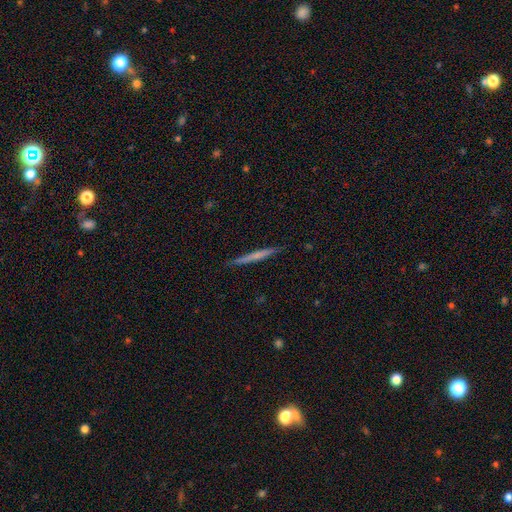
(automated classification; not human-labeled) This appears to be a smooth galaxy with no disk features (51%) that is cigar-shaped (96%). Merging: none (89%).